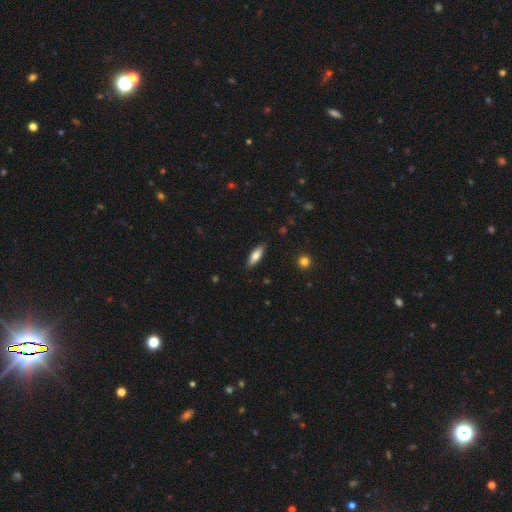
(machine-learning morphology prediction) Q: Smooth or featured?
A: smooth (72%); runner-up: featured or disk (22%)
Q: How rounded?
A: in between (57%); runner-up: cigar-shaped (41%)
Q: Merging?
A: none (86%); runner-up: minor disturbance (10%)